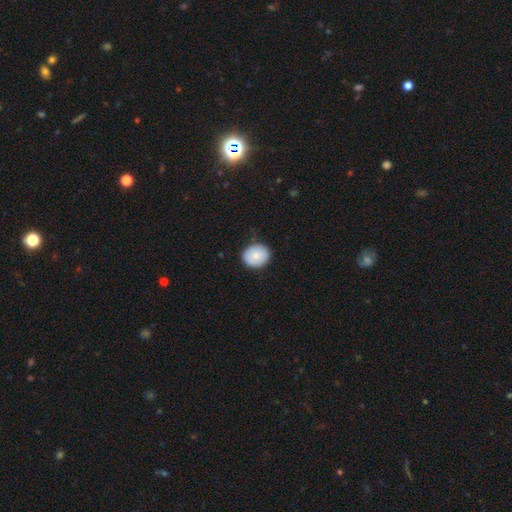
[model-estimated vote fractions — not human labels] Overall: smooth (83%). How rounded: round (70%; in between 30%). Merging: none (85%).